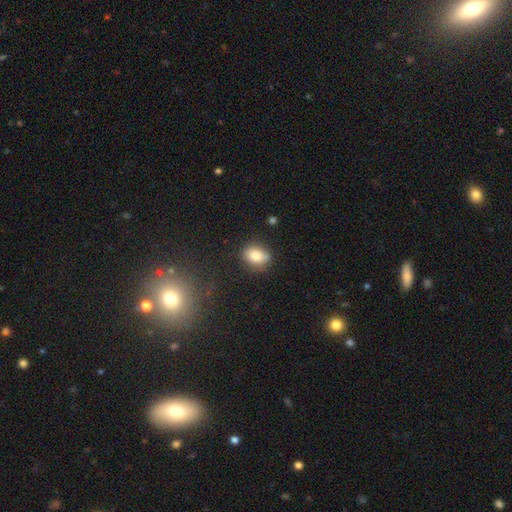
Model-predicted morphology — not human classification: Smooth or featured: smooth — 82% (star or artifact — 9%)
How rounded: in between — 64% (round — 34%)
Merging: none — 73% (minor disturbance — 18%)